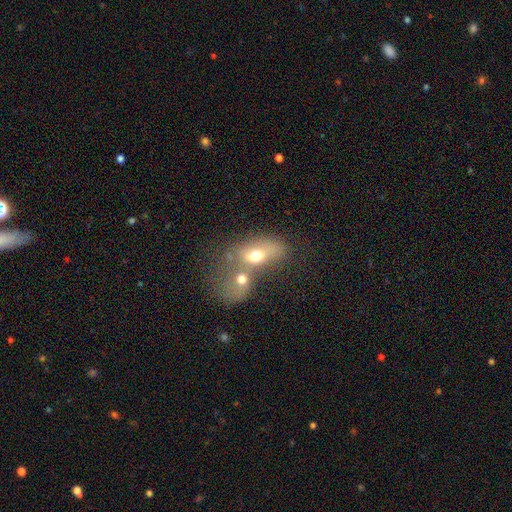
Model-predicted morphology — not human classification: Smooth or featured: smooth — 59% (featured or disk — 30%)
How rounded: in between — 76% (round — 21%)
Merging: merger — 66% (none — 17%)